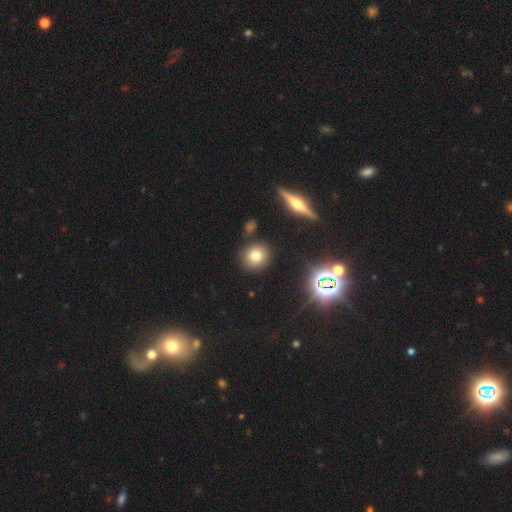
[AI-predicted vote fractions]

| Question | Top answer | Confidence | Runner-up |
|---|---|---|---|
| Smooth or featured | smooth | 74% | star or artifact (15%) |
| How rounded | round | 87% | in between (12%) |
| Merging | none | 87% | minor disturbance (7%) |